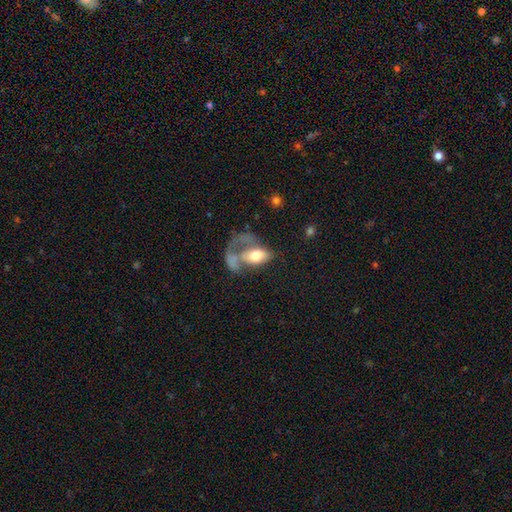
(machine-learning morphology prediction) Smooth or featured? smooth (58%)
How rounded? in between (86%)
Merging? major disturbance (49%)